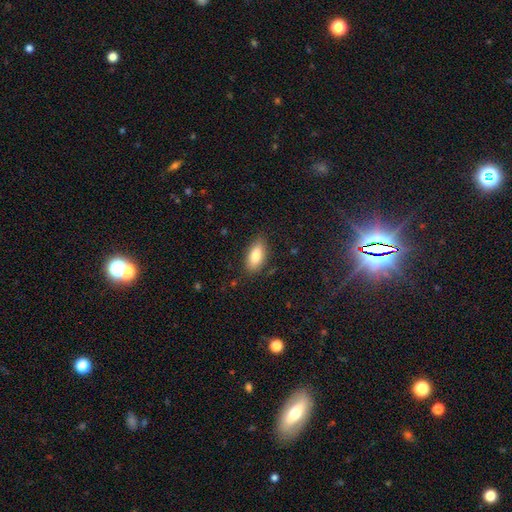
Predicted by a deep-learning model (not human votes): Smooth or featured? Predicted: smooth (p=0.81). How rounded? Predicted: in between (p=0.88). Merging? Predicted: none (p=0.82).